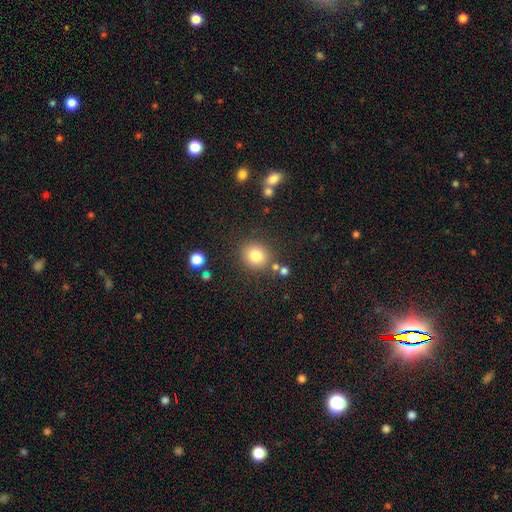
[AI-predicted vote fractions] Smooth or featured: smooth — 81% (star or artifact — 12%)
How rounded: round — 83% (in between — 16%)
Merging: none — 81% (minor disturbance — 9%)